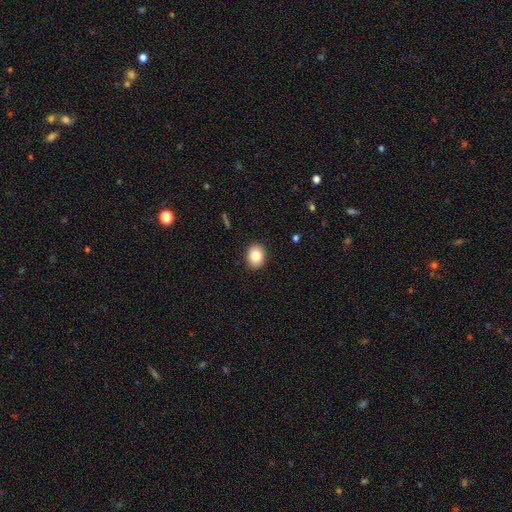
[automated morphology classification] Overall: smooth (83%). How rounded: in between (51%; round 48%). Merging: none (90%).